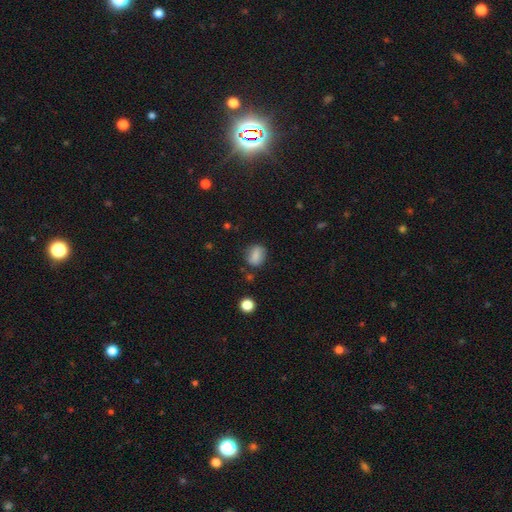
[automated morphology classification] Overall: smooth (80%). How rounded: in between (50%; round 48%). Merging: none (75%).